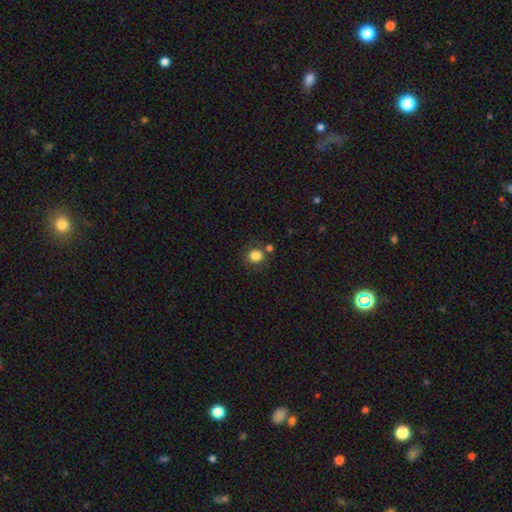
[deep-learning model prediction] This is clearly a smooth galaxy (83%). How rounded: clearly round (85%). Merging: likely none (73%).